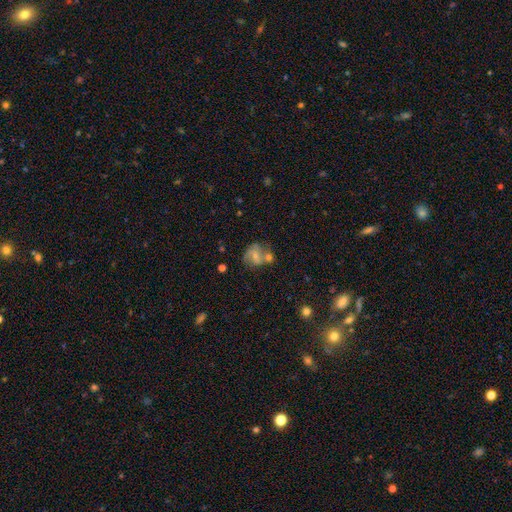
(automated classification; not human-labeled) Smooth or featured: featured or disk — 50% (smooth — 40%)
Merging: none — 42% (merger — 32%)